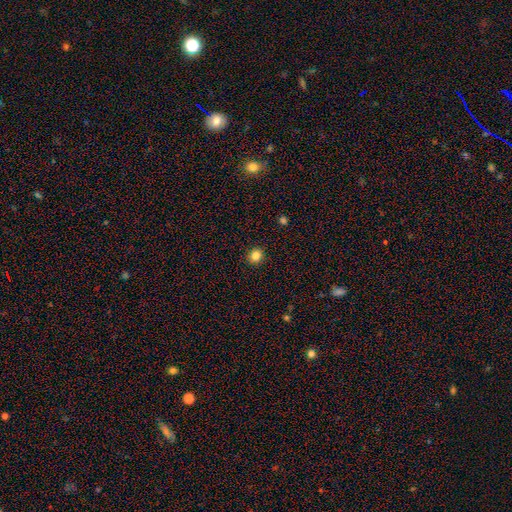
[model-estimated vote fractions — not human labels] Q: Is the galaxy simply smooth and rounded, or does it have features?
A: smooth — 83%.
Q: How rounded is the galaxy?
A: round — 87%.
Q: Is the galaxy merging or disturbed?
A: none — 93%.